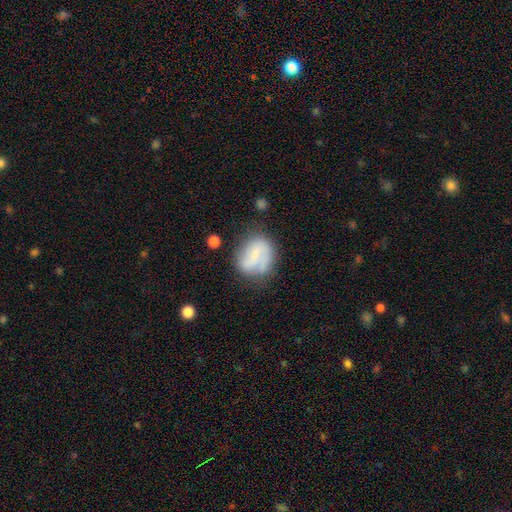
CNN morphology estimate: This is possibly a featured or disk galaxy (48%). Merging: possibly none (56%).